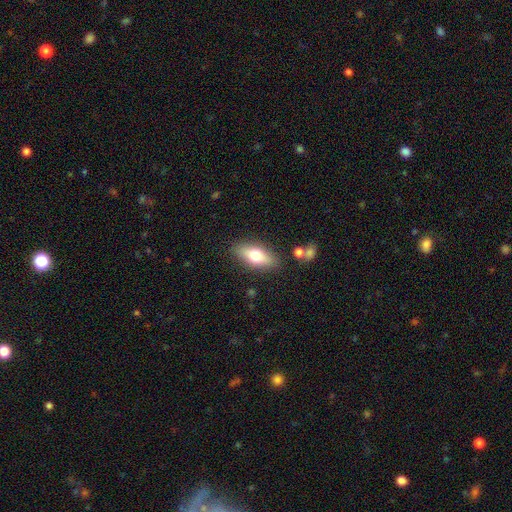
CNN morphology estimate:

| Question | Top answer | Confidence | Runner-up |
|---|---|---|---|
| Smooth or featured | smooth | 63% | featured or disk (30%) |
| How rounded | in between | 75% | cigar-shaped (20%) |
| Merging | none | 85% | minor disturbance (10%) |